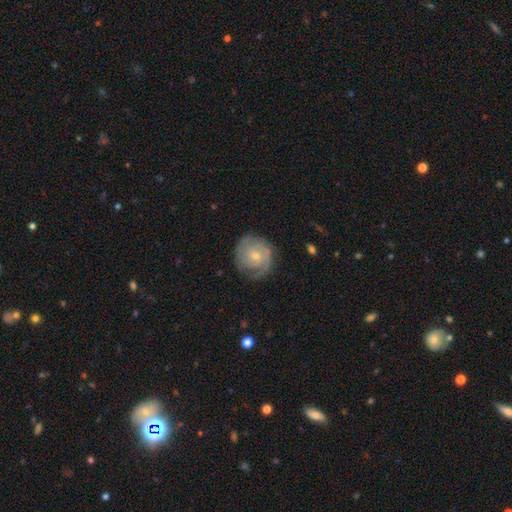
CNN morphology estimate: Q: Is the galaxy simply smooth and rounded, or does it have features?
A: featured or disk — 73%.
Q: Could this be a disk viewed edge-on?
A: no — 98%.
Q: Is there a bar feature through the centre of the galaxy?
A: no — 70%.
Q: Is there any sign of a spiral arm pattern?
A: yes — 92%.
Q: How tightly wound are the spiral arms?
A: tight — 64%.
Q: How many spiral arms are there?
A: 2 — 44%.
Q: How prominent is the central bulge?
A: small — 62%.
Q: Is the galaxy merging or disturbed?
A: none — 75%.